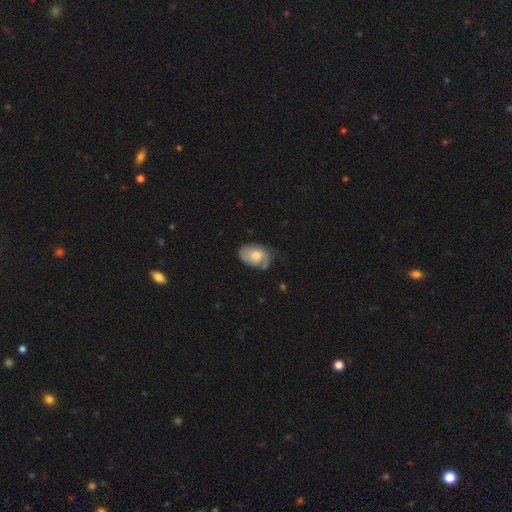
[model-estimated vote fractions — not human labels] smooth 51%, featured or disk 41%, star or artifact 7%. Down the decision tree: how rounded — in between (84%); merging — none (49%).